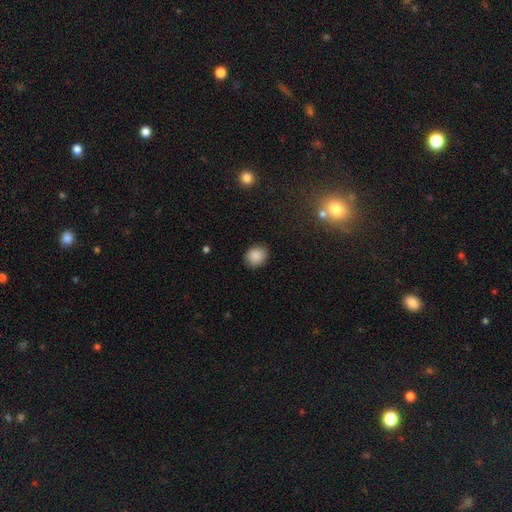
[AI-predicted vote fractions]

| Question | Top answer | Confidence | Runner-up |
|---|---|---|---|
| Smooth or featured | smooth | 88% | star or artifact (8%) |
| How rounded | round | 65% | in between (34%) |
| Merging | none | 85% | minor disturbance (12%) |